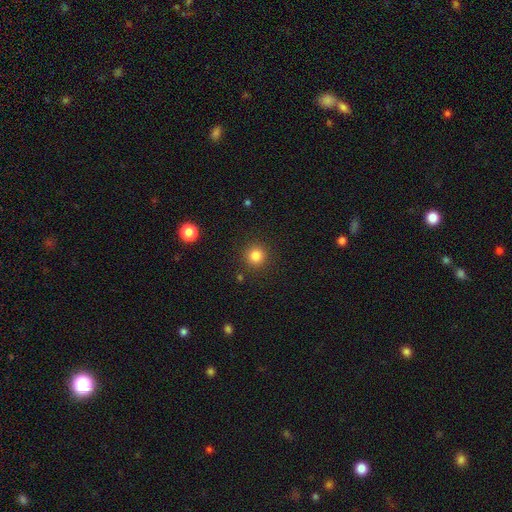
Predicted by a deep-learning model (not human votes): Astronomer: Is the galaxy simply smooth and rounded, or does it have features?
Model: smooth — 83%.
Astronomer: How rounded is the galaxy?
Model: round — 94%.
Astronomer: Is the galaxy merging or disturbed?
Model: none — 90%.